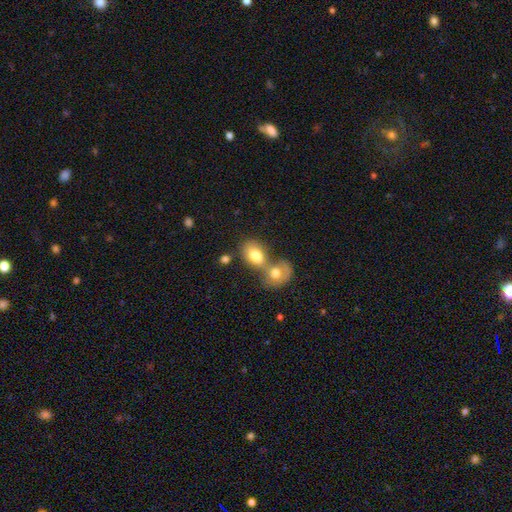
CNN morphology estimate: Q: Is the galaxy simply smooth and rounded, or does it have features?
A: smooth — 77%.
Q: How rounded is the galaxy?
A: in between — 77%.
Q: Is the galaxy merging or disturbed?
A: merger — 61%.